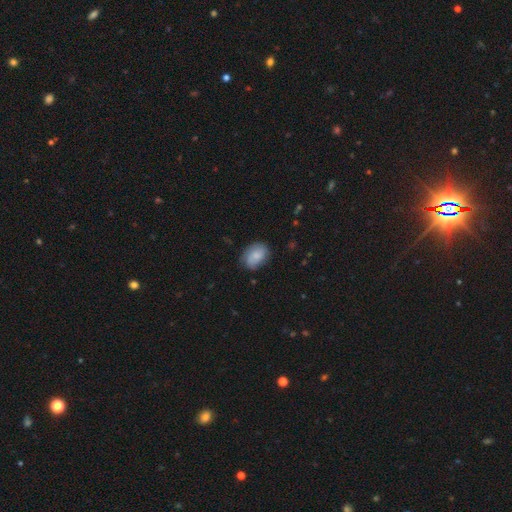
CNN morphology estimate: Smooth or featured?
  - smooth: 72% *
  - featured or disk: 21%
  - star or artifact: 7%
How rounded?
  - in between: 77% *
  - round: 22%
  - cigar-shaped: 1%
Merging?
  - none: 71% *
  - minor disturbance: 23%
  - major disturbance: 6%
  - merger: 1%